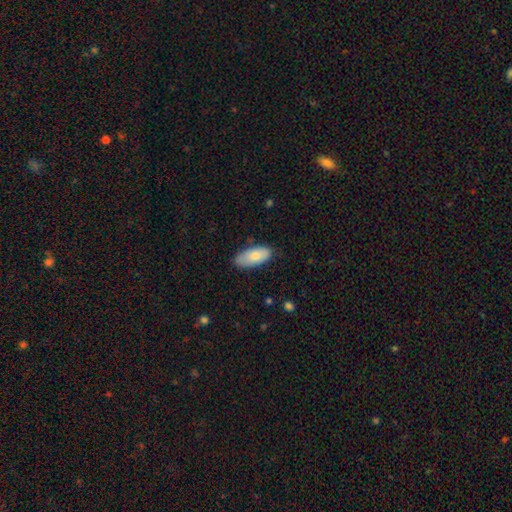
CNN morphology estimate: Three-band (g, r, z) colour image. It shows a smooth galaxy with no disk features (75%) that is in between round and cigar-shaped (91%). Merging: none (76%).